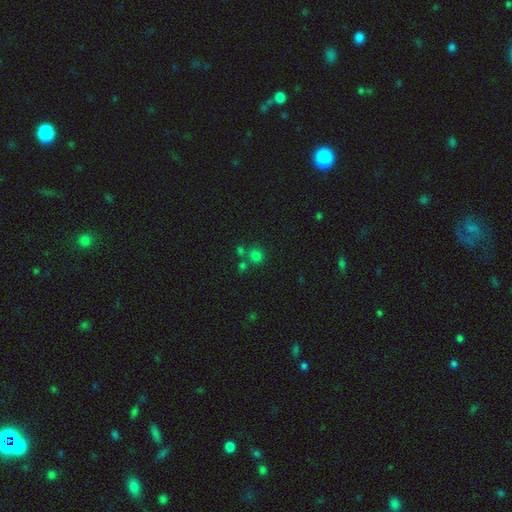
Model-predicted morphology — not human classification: Overall: smooth (73%). How rounded: round (89%). Merging: none (62%; merger 26%).